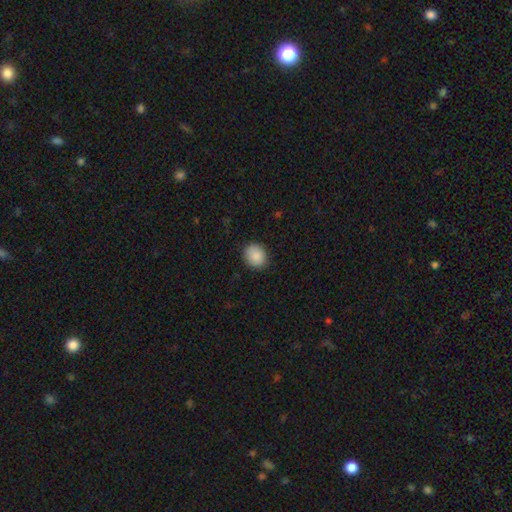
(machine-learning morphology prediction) Q: Smooth or featured?
A: smooth (88%); runner-up: star or artifact (8%)
Q: How rounded?
A: round (68%); runner-up: in between (31%)
Q: Merging?
A: none (87%); runner-up: minor disturbance (10%)